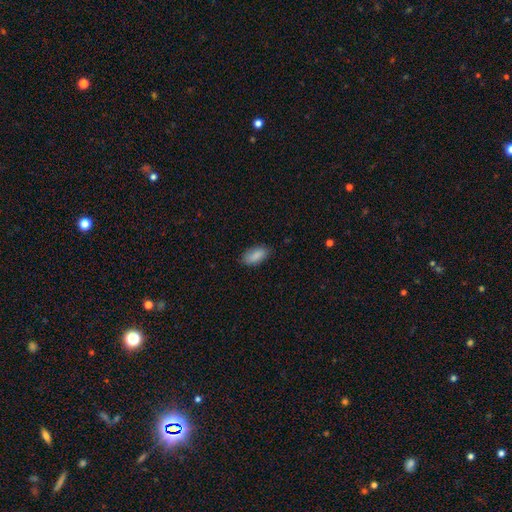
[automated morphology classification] A smooth galaxy with no disk features (88%) that is in between round and cigar-shaped (89%).

Vote fractions:
- Smooth or featured? smooth: 88% / star or artifact: 7% / featured or disk: 5%
- How rounded? in between: 89% / cigar-shaped: 9% / round: 2%
- Merging? none: 82% / minor disturbance: 14% / major disturbance: 3% / merger: 1%